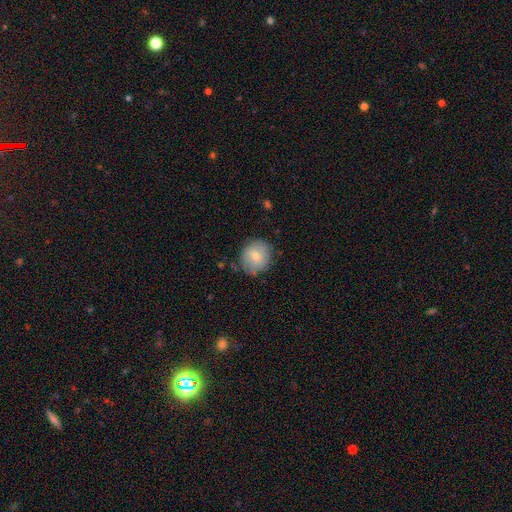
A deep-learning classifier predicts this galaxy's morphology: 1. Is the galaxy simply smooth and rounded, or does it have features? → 70% smooth, 21% featured or disk, 9% star or artifact.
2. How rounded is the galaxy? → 89% round, 10% in between, 1% cigar-shaped.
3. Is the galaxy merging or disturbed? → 81% none, 14% minor disturbance, 3% major disturbance, 1% merger.